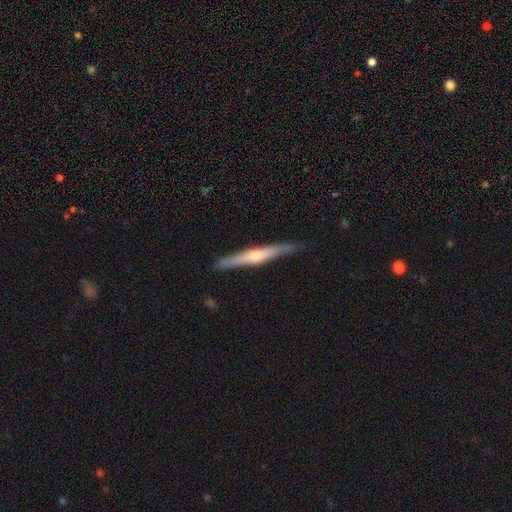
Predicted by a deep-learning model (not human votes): Smooth or featured? Predicted: featured or disk (p=0.63). Edge-on disk? Predicted: yes (p=0.97). Edge-on bulge? Predicted: rounded (p=0.78). Merging? Predicted: none (p=0.85).